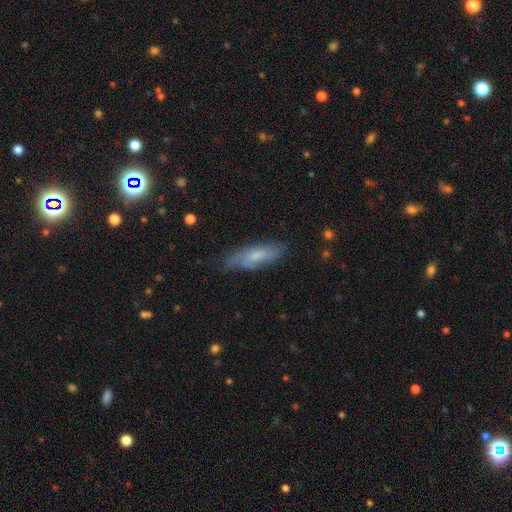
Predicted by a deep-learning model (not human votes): smooth-or-featured: smooth: 55% | featured or disk: 38% | star or artifact: 7%
  how-rounded: cigar-shaped: 50% | in between: 48% | round: 2%
  merging: none: 69% | minor disturbance: 23% | major disturbance: 6% | merger: 2%